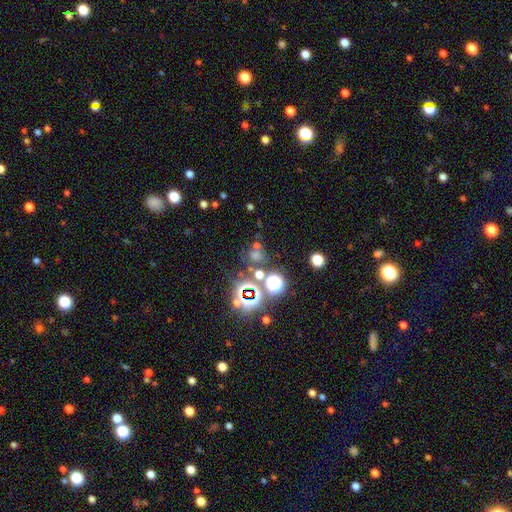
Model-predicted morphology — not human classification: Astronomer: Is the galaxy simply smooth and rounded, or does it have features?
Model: star or artifact — 56% (runner-up: smooth, 34%).